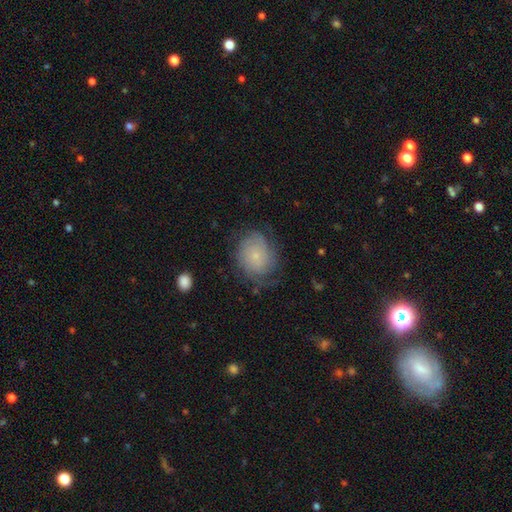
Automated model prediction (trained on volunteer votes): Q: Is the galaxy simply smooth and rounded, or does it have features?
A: featured or disk — 52%.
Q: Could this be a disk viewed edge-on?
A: no — 97%.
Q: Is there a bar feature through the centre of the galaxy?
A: no — 83%.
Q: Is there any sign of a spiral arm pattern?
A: yes — 85%.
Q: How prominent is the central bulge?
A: small — 78%.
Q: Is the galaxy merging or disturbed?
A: none — 64%.